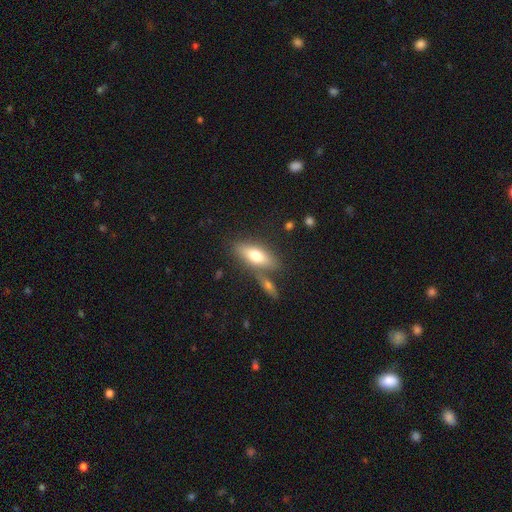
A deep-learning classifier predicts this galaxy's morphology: smooth-or-featured: smooth: 66% | featured or disk: 27% | star or artifact: 7%
  how-rounded: in between: 70% | cigar-shaped: 27% | round: 3%
  merging: none: 67% | merger: 17% | minor disturbance: 13% | major disturbance: 4%